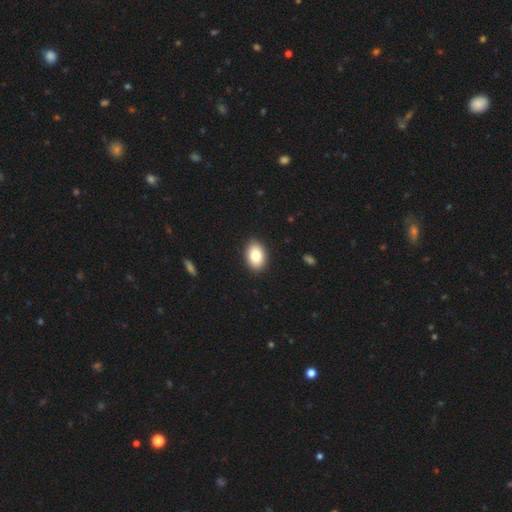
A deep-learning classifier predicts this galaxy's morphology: Overall: smooth (83%). How rounded: in between (85%). Merging: none (90%).